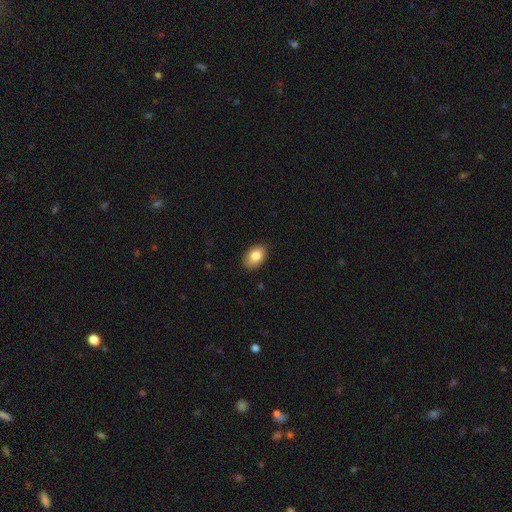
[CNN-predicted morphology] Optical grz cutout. It shows a smooth galaxy with no disk features (84%) that is in between round and cigar-shaped (87%). Merging: none (86%).